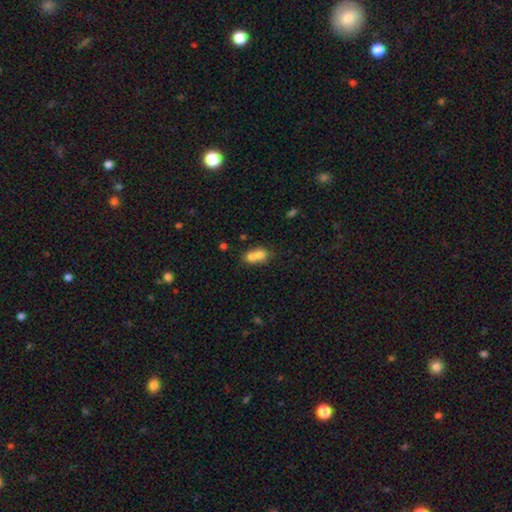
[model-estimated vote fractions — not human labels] This is likely a smooth galaxy (71%). How rounded: likely round (65%). Merging: likely merger (70%).